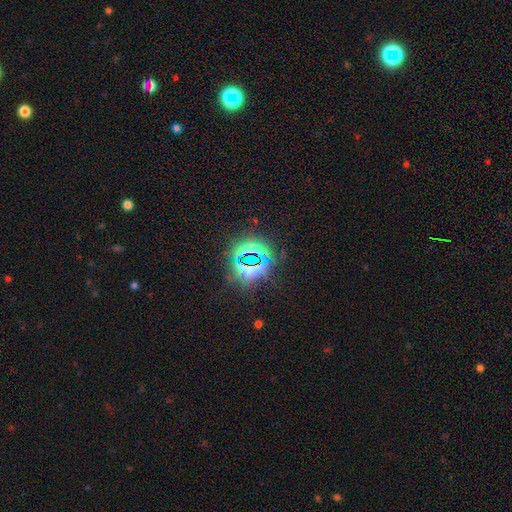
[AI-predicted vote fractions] Morphology: type=star or artifact (82%).